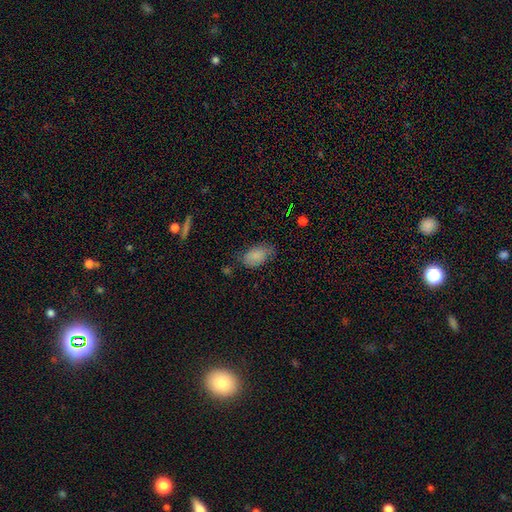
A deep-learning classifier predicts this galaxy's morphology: The model was most divided on "merging": none: 62%, minor disturbance: 28%, major disturbance: 8%, merger: 2%. More confident: how rounded — in between (92%); smooth or featured — smooth (83%).